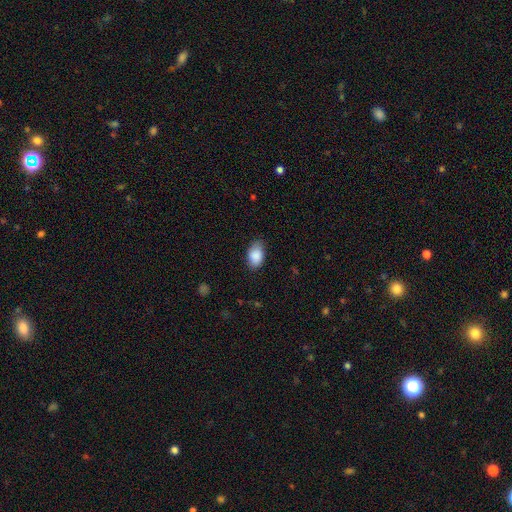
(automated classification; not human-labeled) smooth 89%, star or artifact 7%, featured or disk 5%. Down the decision tree: how rounded — in between (91%); merging — none (75%).